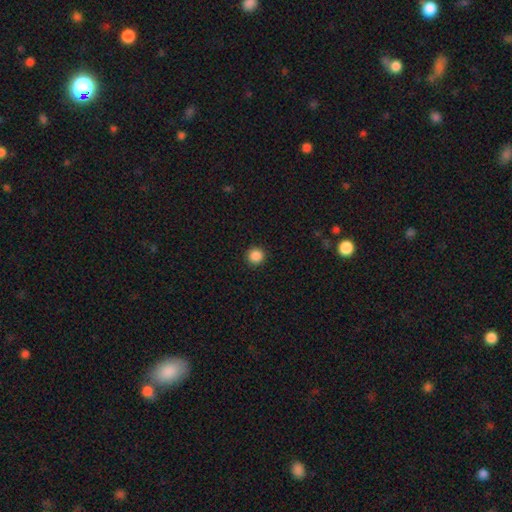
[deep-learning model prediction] This is clearly a smooth galaxy (88%). How rounded: clearly round (95%). Merging: clearly none (93%).